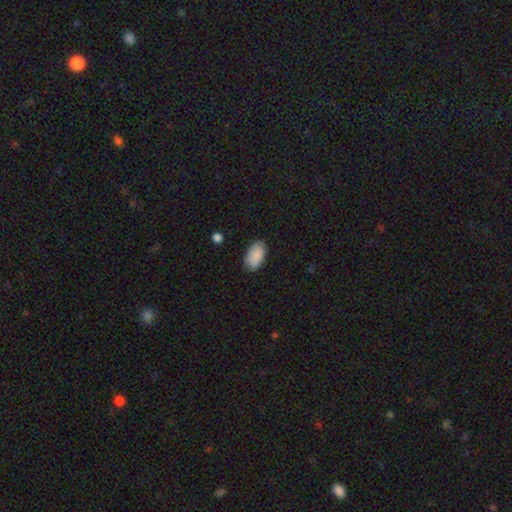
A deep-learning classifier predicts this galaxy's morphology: The model was most divided on "merging": none: 84%, minor disturbance: 12%, major disturbance: 2%, merger: 1%. More confident: how rounded — in between (95%); smooth or featured — smooth (89%).